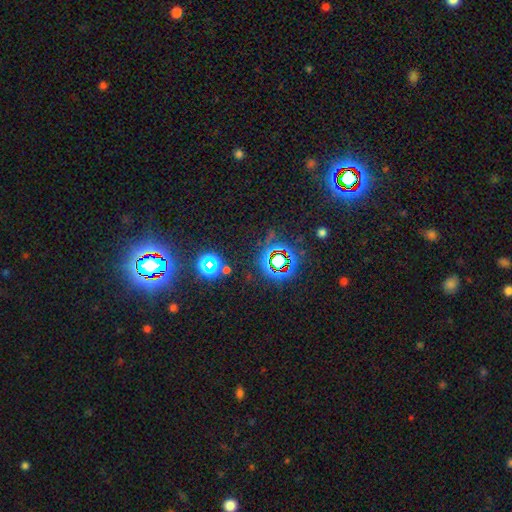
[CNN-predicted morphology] Smooth or featured? Predicted: star or artifact (p=0.73).